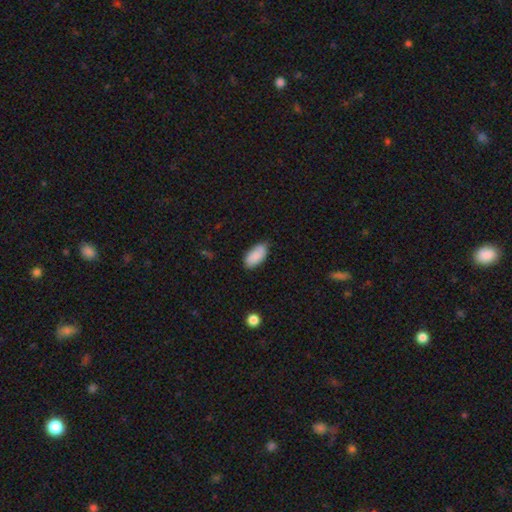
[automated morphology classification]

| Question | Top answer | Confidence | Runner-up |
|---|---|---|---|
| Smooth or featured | smooth | 86% | featured or disk (7%) |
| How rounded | in between | 94% | cigar-shaped (4%) |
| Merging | none | 69% | minor disturbance (26%) |